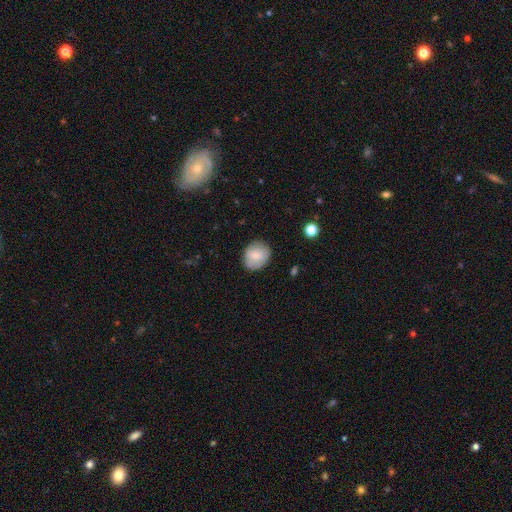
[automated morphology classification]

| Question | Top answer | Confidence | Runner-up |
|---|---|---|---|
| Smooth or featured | smooth | 78% | featured or disk (14%) |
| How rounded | round | 64% | in between (35%) |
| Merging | none | 82% | minor disturbance (13%) |